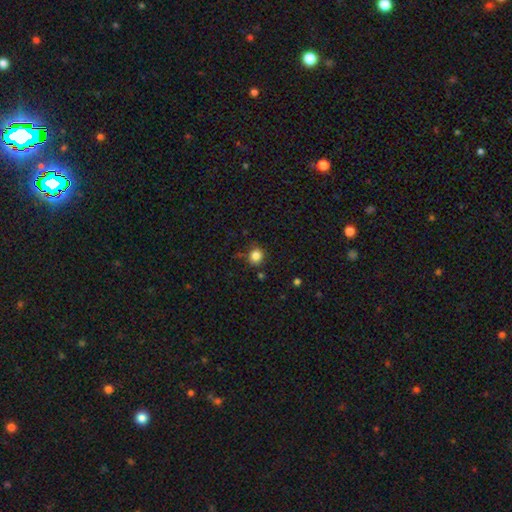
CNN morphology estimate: Smooth or featured: smooth — 83% (star or artifact — 11%)
How rounded: round — 80% (in between — 19%)
Merging: none — 79% (minor disturbance — 14%)